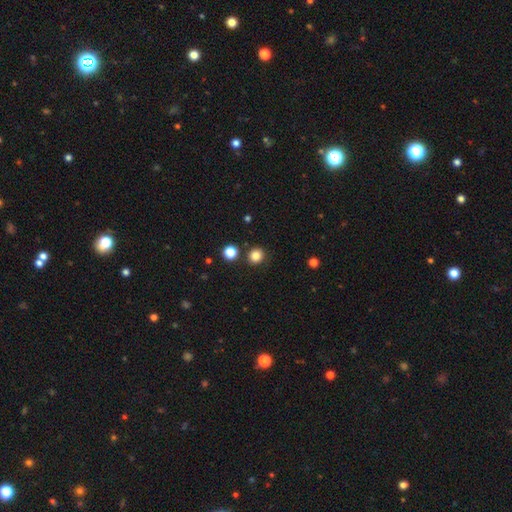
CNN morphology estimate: Smooth or featured?
  - smooth: 83% *
  - star or artifact: 12%
  - featured or disk: 4%
How rounded?
  - round: 88% *
  - in between: 11%
  - cigar-shaped: 1%
Merging?
  - none: 85% *
  - minor disturbance: 7%
  - merger: 5%
  - major disturbance: 2%